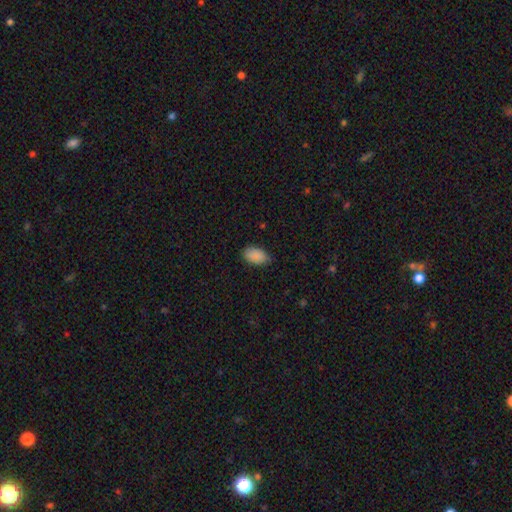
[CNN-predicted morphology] smooth 89%, star or artifact 7%, featured or disk 4%. Down the decision tree: how rounded — in between (93%); merging — none (77%).